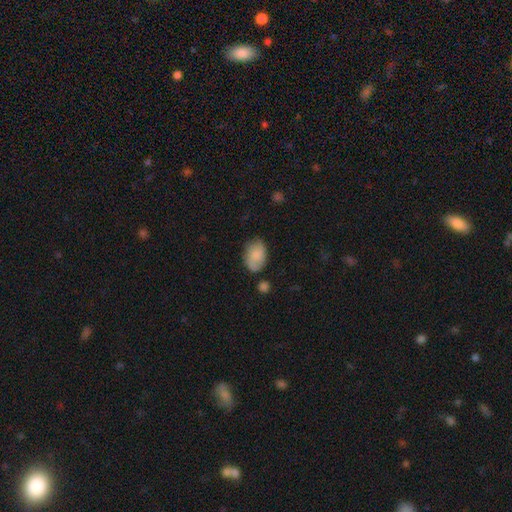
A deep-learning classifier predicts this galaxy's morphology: Q: Smooth or featured?
A: smooth (73%); runner-up: featured or disk (19%)
Q: How rounded?
A: in between (84%); runner-up: round (15%)
Q: Merging?
A: none (66%); runner-up: minor disturbance (23%)